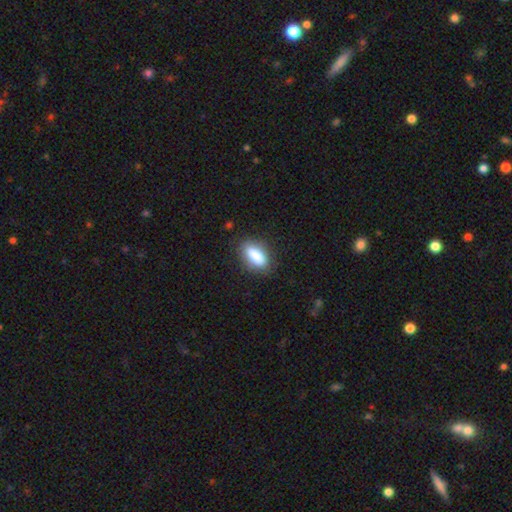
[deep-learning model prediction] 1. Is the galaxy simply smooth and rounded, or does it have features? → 85% smooth, 8% featured or disk, 7% star or artifact.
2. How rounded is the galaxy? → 82% in between, 14% cigar-shaped, 4% round.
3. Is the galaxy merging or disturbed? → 83% none, 13% minor disturbance, 3% major disturbance, 1% merger.